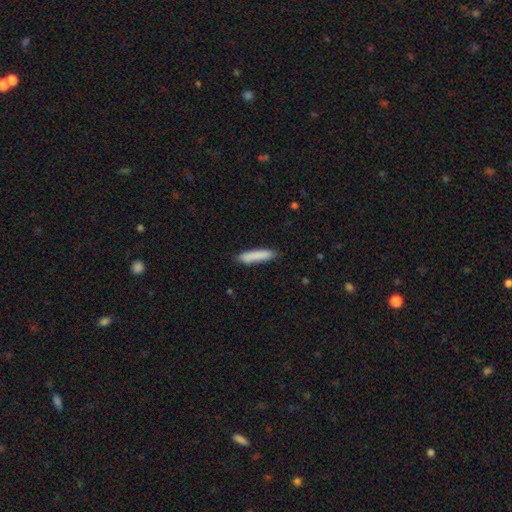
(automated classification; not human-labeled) Morphology: type=smooth (86%); roundness=cigar-shaped (85%); merging=none (85%).